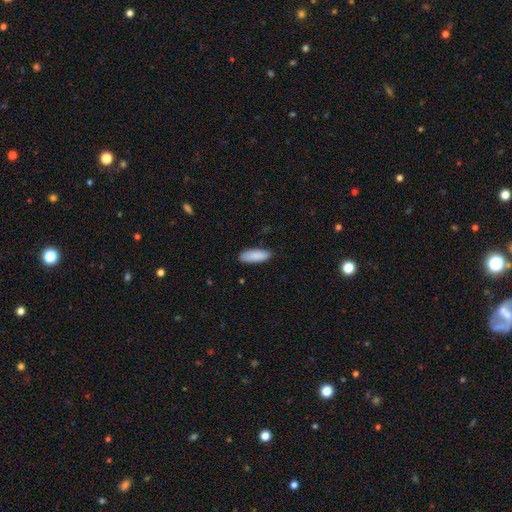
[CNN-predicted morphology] This is clearly a smooth galaxy (89%). How rounded: likely in between (68%). Merging: clearly none (87%).